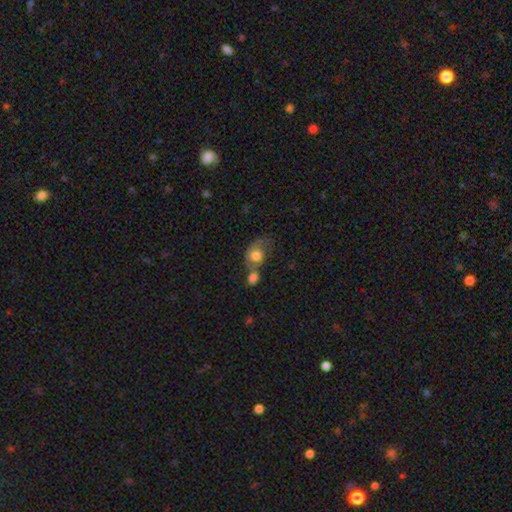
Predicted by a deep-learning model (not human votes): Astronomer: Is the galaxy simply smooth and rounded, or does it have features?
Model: smooth — 70%.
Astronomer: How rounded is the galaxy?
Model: in between — 51% (runner-up: round, 48%).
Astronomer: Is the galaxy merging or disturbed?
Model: merger — 56%.